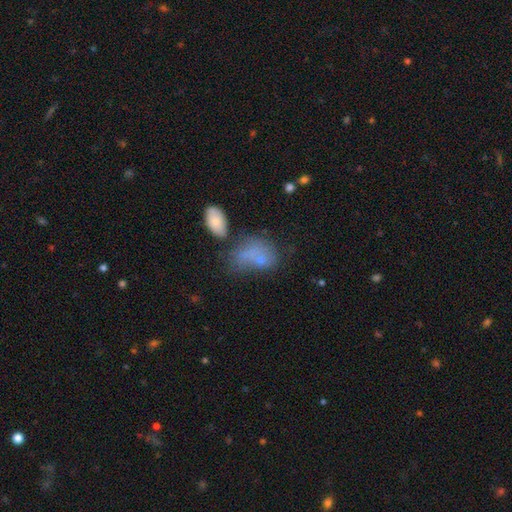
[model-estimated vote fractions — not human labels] Smooth or featured?
  - smooth: 59% *
  - featured or disk: 25%
  - star or artifact: 16%
How rounded?
  - in between: 75% *
  - round: 22%
  - cigar-shaped: 2%
Merging?
  - merger: 30% *
  - none: 28%
  - major disturbance: 21%
  - minor disturbance: 20%